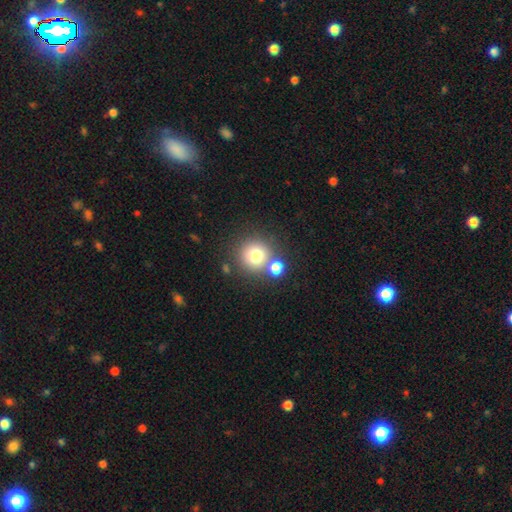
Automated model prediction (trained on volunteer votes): This appears to be a smooth galaxy with no disk features (76%) that is round (93%). Merging: none (68%).